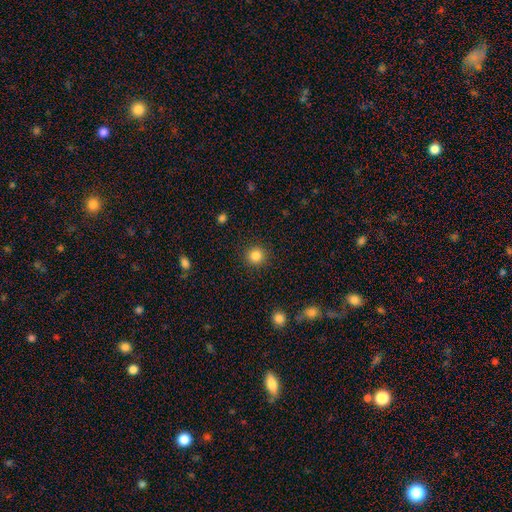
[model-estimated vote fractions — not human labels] Overall: smooth (84%). How rounded: round (93%). Merging: none (91%).